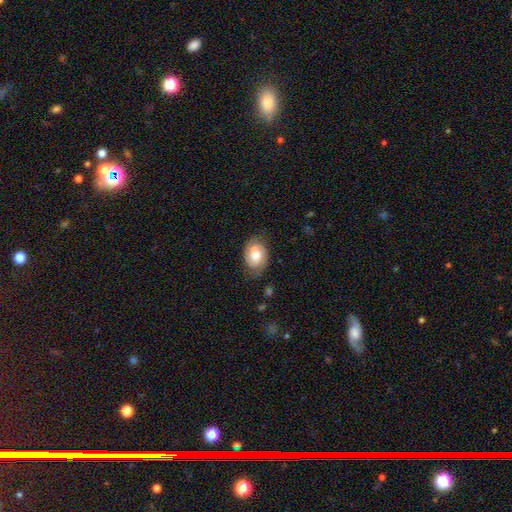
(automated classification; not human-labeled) This appears to be a smooth galaxy with no disk features (53%) that is in between round and cigar-shaped (77%). Merging: none (59%).